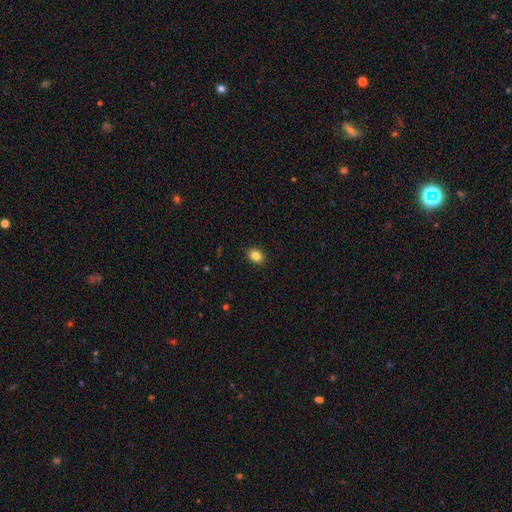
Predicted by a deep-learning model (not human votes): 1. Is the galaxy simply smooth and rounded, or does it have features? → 85% smooth, 10% star or artifact, 5% featured or disk.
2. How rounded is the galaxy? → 62% in between, 37% round, 1% cigar-shaped.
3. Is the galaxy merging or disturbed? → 90% none, 7% minor disturbance, 2% major disturbance, 1% merger.